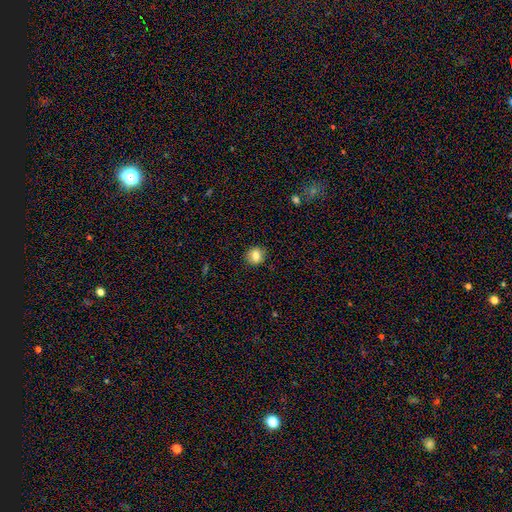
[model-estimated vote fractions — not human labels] The model was most divided on "how rounded": round: 77%, in between: 22%, cigar-shaped: 1%. More confident: merging — none (87%); smooth or featured — smooth (82%).